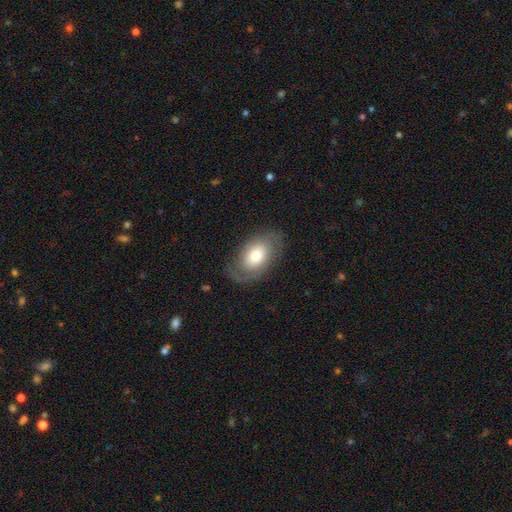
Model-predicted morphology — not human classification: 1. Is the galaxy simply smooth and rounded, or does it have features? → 55% smooth, 38% featured or disk, 7% star or artifact.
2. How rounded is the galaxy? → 88% in between, 11% round, 1% cigar-shaped.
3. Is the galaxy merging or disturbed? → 73% none, 16% minor disturbance, 9% major disturbance, 1% merger.